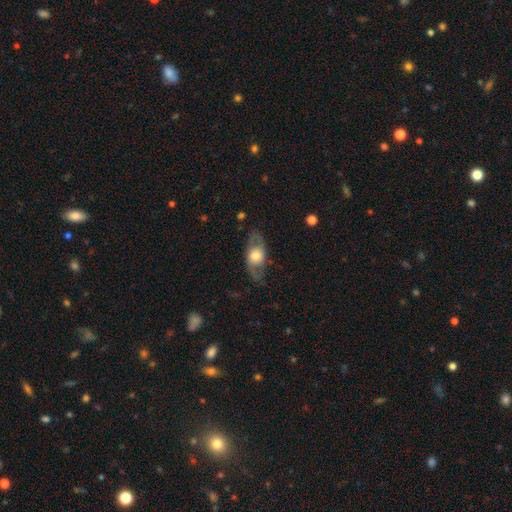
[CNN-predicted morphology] Smooth or featured? Predicted: featured or disk (p=0.55). Edge-on disk? Predicted: no (p=0.74). Merging? Predicted: none (p=0.73).